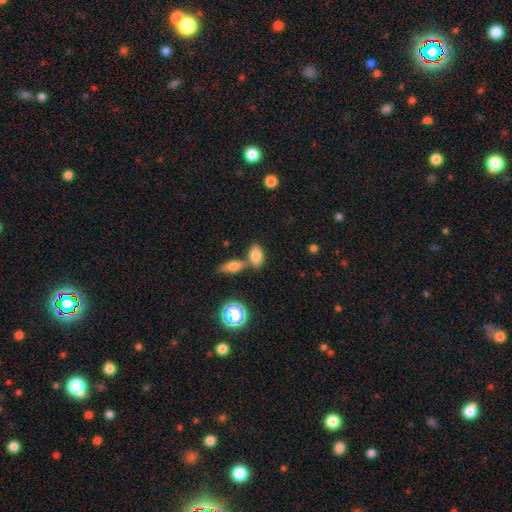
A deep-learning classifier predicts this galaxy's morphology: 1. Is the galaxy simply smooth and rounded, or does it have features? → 79% smooth, 11% star or artifact, 10% featured or disk.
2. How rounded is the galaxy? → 87% in between, 9% round, 4% cigar-shaped.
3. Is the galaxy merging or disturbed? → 54% none, 32% merger, 11% minor disturbance, 4% major disturbance.